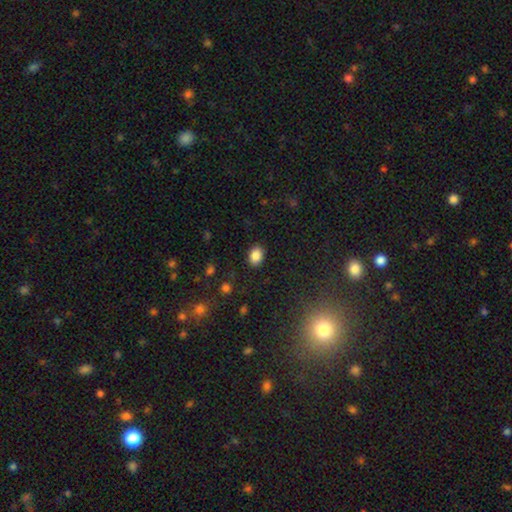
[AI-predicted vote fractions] Morphology: type=smooth (87%); roundness=in between (75%); merging=none (87%).